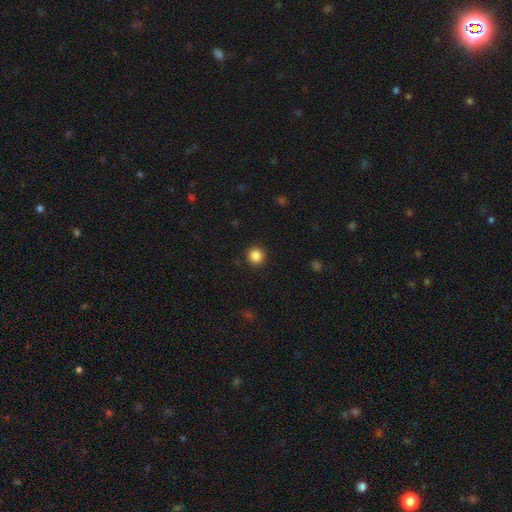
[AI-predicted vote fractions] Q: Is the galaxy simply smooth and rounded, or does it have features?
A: smooth — 86%.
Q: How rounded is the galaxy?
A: round — 93%.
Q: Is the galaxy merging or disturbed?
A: none — 91%.